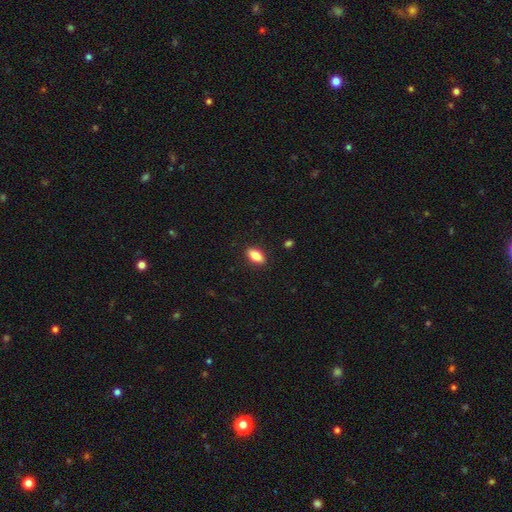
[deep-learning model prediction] Smooth or featured: smooth — 81% (featured or disk — 11%)
How rounded: in between — 87% (cigar-shaped — 9%)
Merging: none — 89% (minor disturbance — 8%)